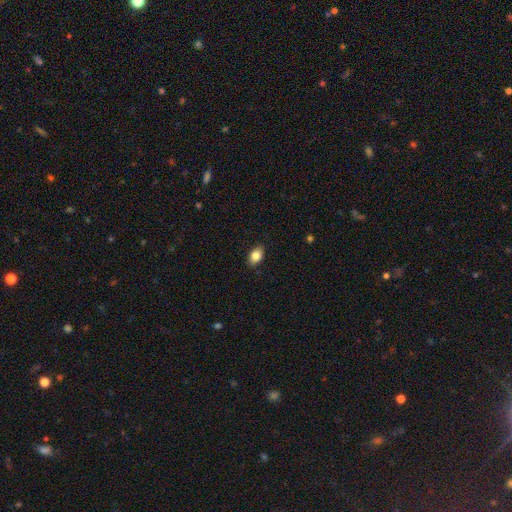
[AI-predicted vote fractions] smooth_or_featured: smooth (p=0.83) [alt: featured or disk p=0.09]
how_rounded: in between (p=0.88) [alt: round p=0.10]
merging: none (p=0.88) [alt: minor disturbance p=0.09]